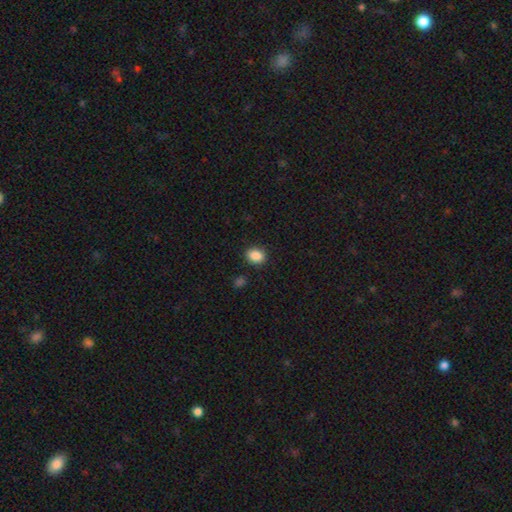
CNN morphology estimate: smooth_or_featured: smooth (p=0.87) [alt: star or artifact p=0.09]
how_rounded: in between (p=0.50) [alt: round p=0.49]
merging: none (p=0.86) [alt: minor disturbance p=0.09]